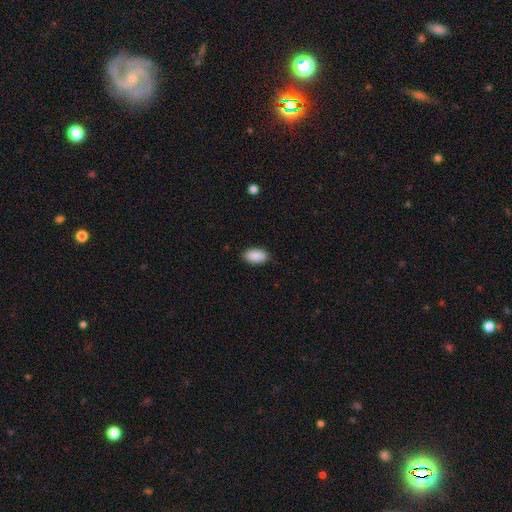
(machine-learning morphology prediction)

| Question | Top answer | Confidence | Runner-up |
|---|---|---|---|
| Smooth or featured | smooth | 90% | star or artifact (7%) |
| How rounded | in between | 94% | round (3%) |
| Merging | none | 88% | minor disturbance (9%) |